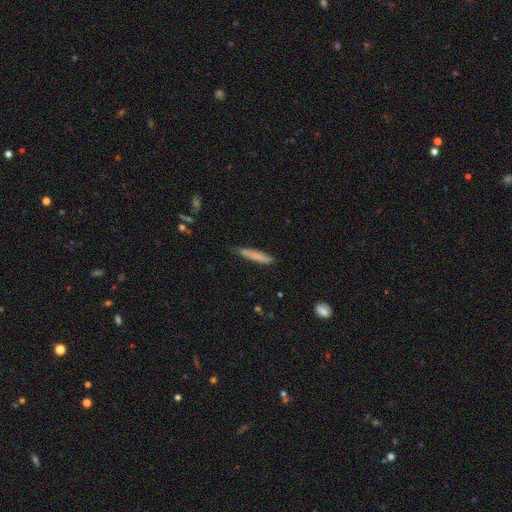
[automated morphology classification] smooth-or-featured: smooth: 75% | featured or disk: 18% | star or artifact: 7%
  how-rounded: cigar-shaped: 93% | in between: 5% | round: 1%
  merging: none: 76% | minor disturbance: 19% | major disturbance: 3% | merger: 2%